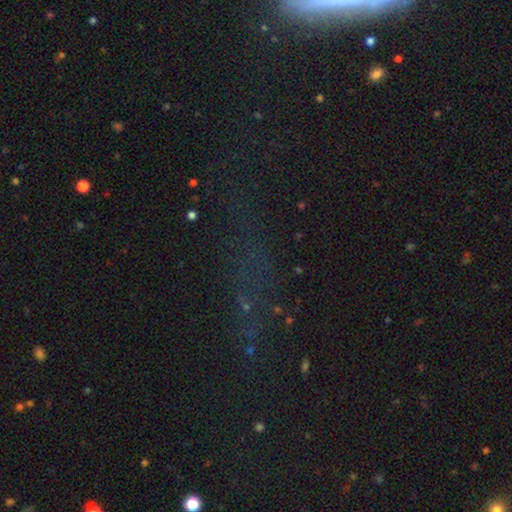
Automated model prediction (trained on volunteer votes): Smooth or featured? star or artifact (58%)